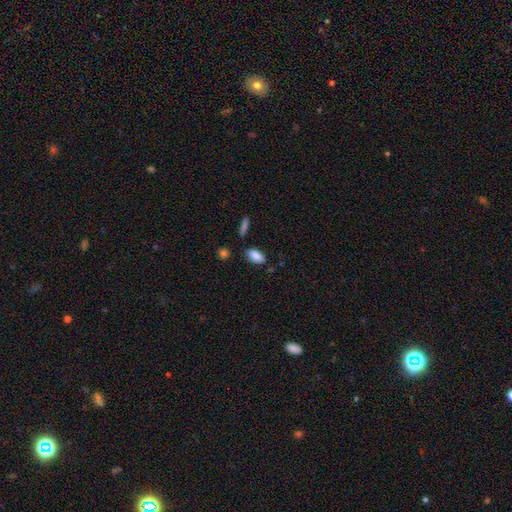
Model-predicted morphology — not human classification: Smooth or featured? Predicted: smooth (p=0.87). How rounded? Predicted: in between (p=0.91). Merging? Predicted: none (p=0.79).